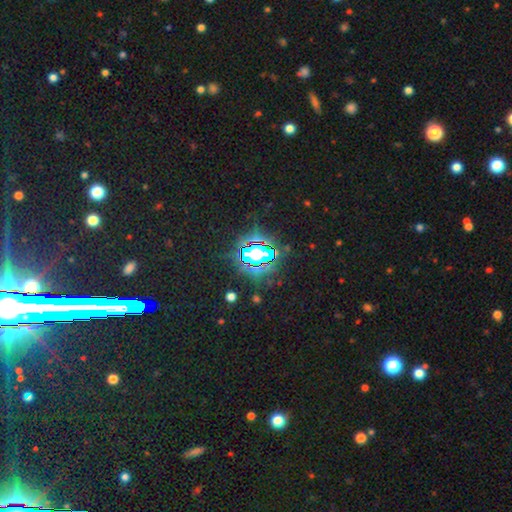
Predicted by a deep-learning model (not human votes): This appears to be a star or artifact, not a galaxy (81%).